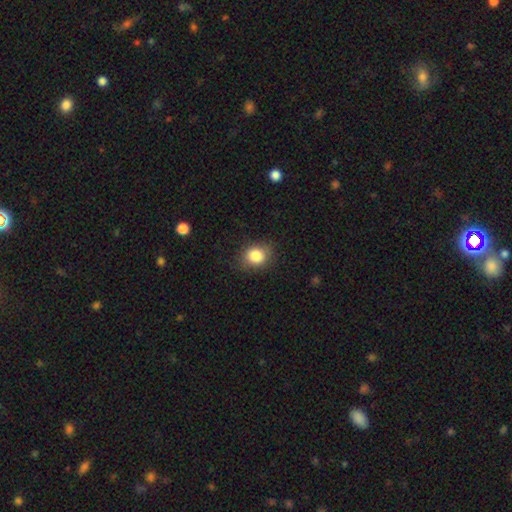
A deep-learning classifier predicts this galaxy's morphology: Smooth or featured: smooth — 84% (star or artifact — 10%)
How rounded: round — 63% (in between — 36%)
Merging: none — 82% (minor disturbance — 13%)